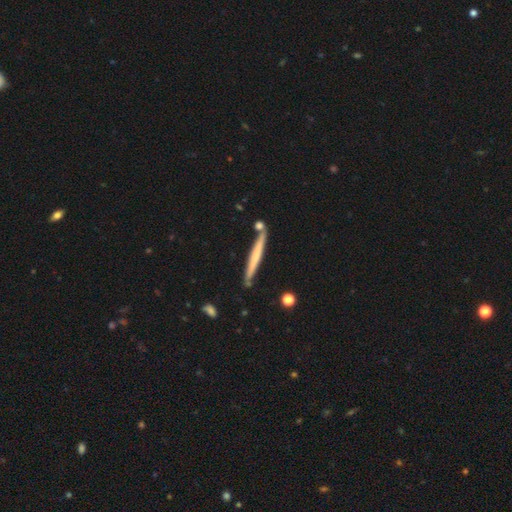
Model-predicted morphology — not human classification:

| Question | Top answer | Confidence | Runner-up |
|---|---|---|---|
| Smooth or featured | smooth | 49% | featured or disk (46%) |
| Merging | none | 81% | minor disturbance (11%) |